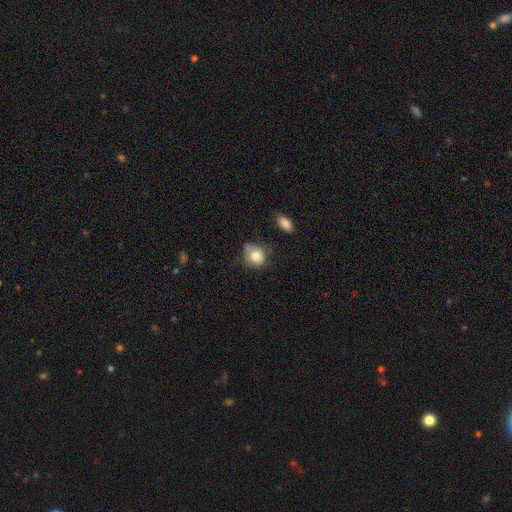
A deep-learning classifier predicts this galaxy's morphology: Smooth or featured: smooth — 78% (featured or disk — 13%)
How rounded: round — 68% (in between — 31%)
Merging: none — 49% (minor disturbance — 34%)